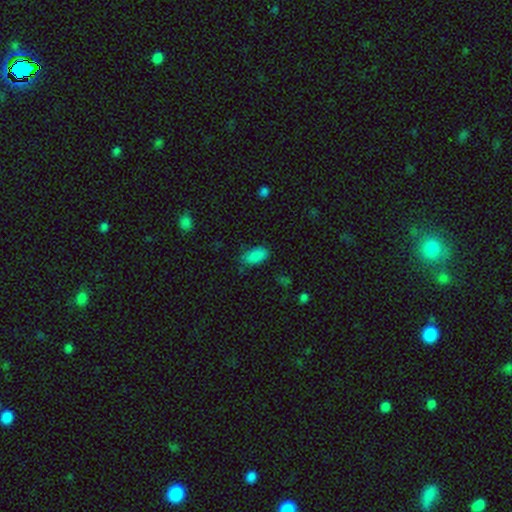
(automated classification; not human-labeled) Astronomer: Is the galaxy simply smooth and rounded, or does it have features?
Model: smooth — 86%.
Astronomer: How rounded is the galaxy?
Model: in between — 93%.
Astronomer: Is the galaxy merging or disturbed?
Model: none — 75%.